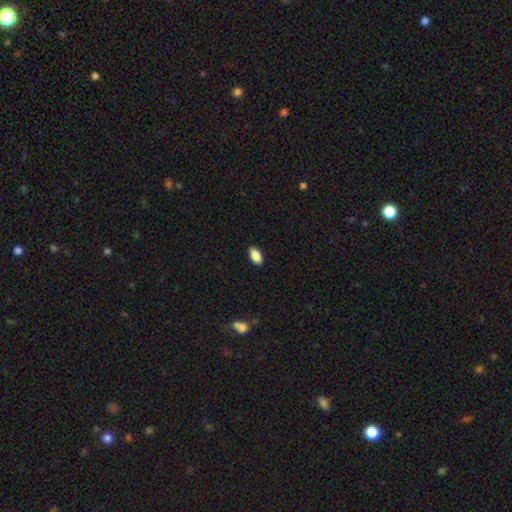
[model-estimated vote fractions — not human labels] Smooth or featured? Predicted: smooth (p=0.88). How rounded? Predicted: in between (p=0.91). Merging? Predicted: none (p=0.89).